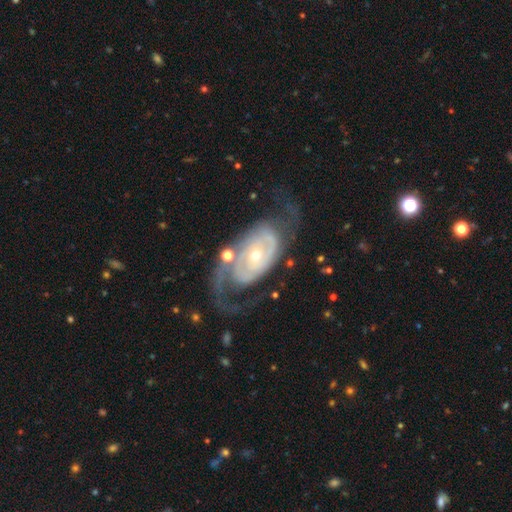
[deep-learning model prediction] This is clearly a featured or disk galaxy (88%). It is clearly not viewed edge-on (95%). Bar: likely no (71%). Spiral arm pattern: clearly yes (93%). Spiral arm count: likely 2 (66%). Spiral winding: possibly tight (53%). Central bulge: likely small (64%). Merging: possibly none (58%).